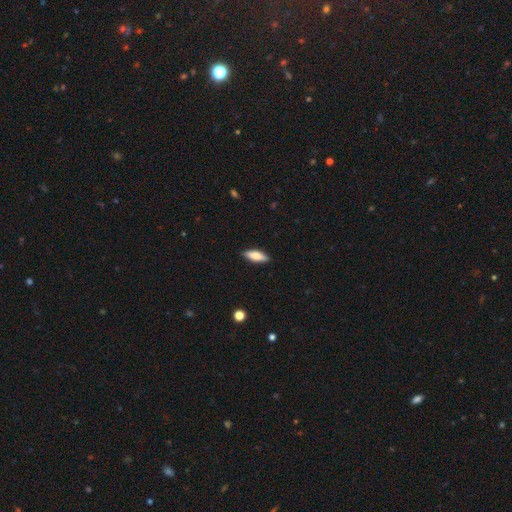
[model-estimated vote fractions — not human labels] Smooth or featured: smooth — 72% (featured or disk — 22%)
How rounded: in between — 63% (cigar-shaped — 35%)
Merging: none — 89% (minor disturbance — 8%)